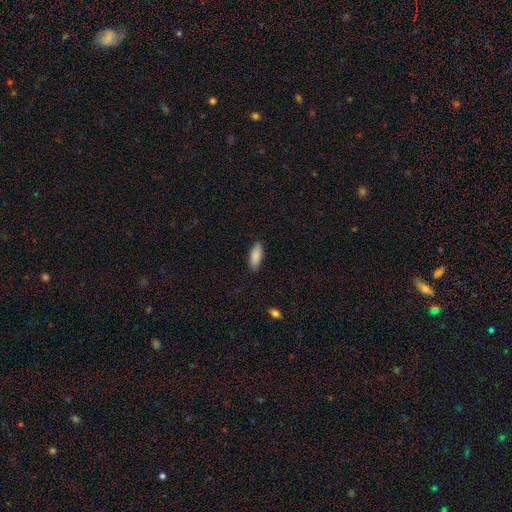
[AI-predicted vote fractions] The model was most divided on "how rounded": in between: 73%, cigar-shaped: 25%, round: 2%. More confident: smooth or featured — smooth (88%); merging — none (88%).